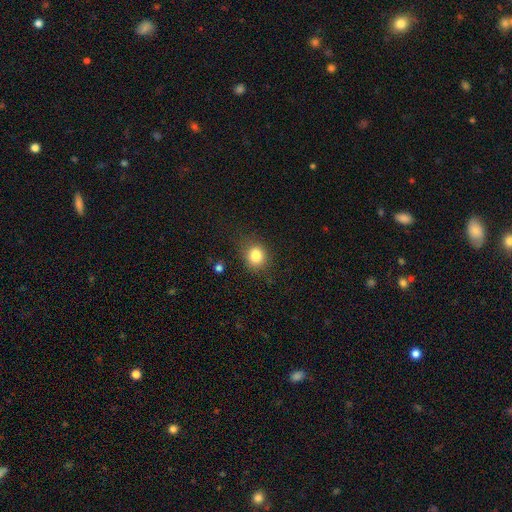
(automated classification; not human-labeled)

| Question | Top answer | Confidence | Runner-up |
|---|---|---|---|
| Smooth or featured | smooth | 83% | star or artifact (11%) |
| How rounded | round | 67% | in between (32%) |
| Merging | none | 75% | minor disturbance (17%) |